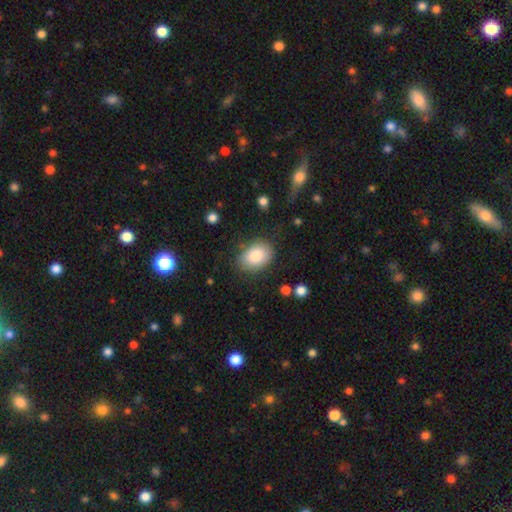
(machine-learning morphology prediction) type=smooth (83%); roundness=in between (79%); merging=none (78%).